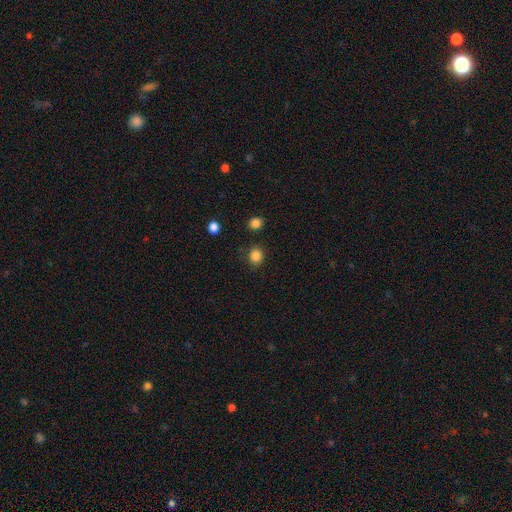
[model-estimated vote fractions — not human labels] smooth_or_featured: smooth (p=0.85) [alt: star or artifact p=0.11]
how_rounded: round (p=0.73) [alt: in between p=0.26]
merging: none (p=0.85) [alt: minor disturbance p=0.09]